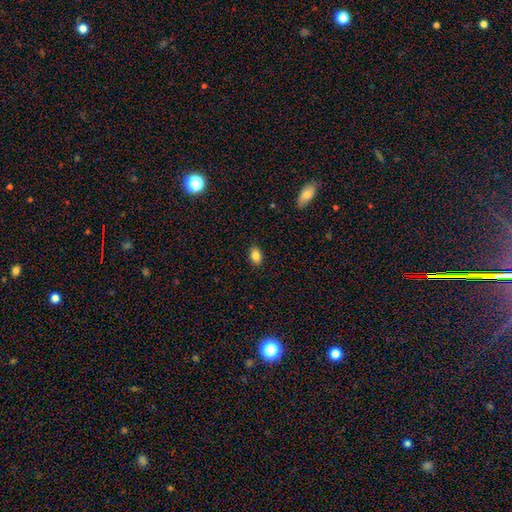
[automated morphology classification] type=smooth (85%); roundness=in between (81%); merging=none (87%).